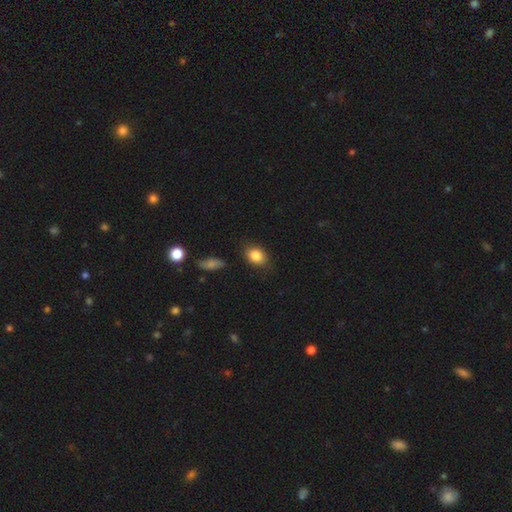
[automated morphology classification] This is clearly a smooth galaxy (85%). How rounded: likely in between (68%). Merging: clearly none (81%).